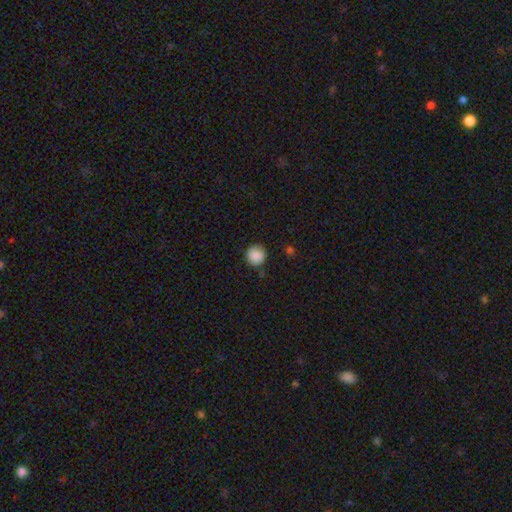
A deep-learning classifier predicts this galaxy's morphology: A smooth galaxy with no disk features (88%) that is round (93%).

Vote fractions:
- Smooth or featured? smooth: 88% / star or artifact: 9% / featured or disk: 4%
- How rounded? round: 93% / in between: 6% / cigar-shaped: 1%
- Merging? none: 84% / minor disturbance: 11% / major disturbance: 3% / merger: 2%